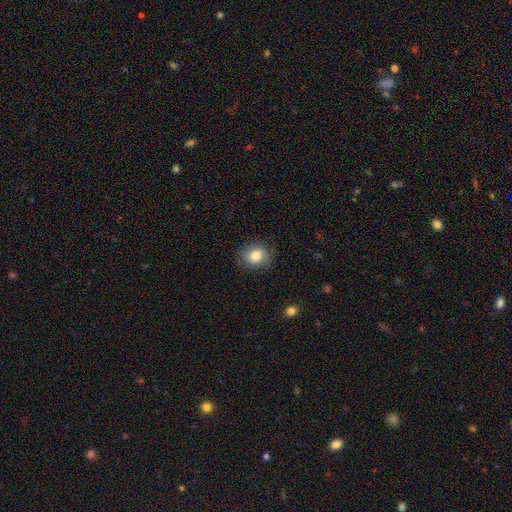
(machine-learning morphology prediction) Smooth or featured? Predicted: smooth (p=0.79). How rounded? Predicted: round (p=0.69). Merging? Predicted: none (p=0.80).